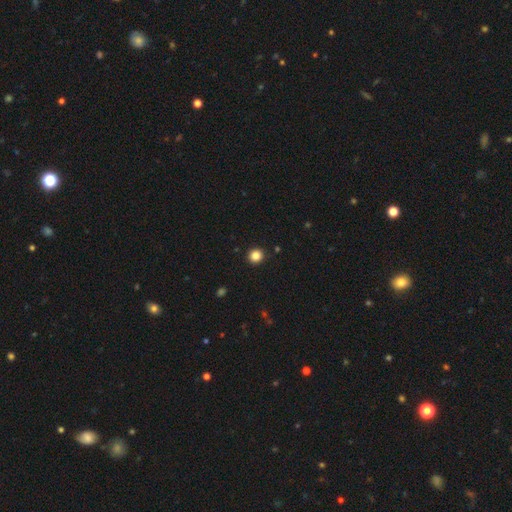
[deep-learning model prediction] Smooth or featured? smooth (84%)
How rounded? round (92%)
Merging? none (93%)